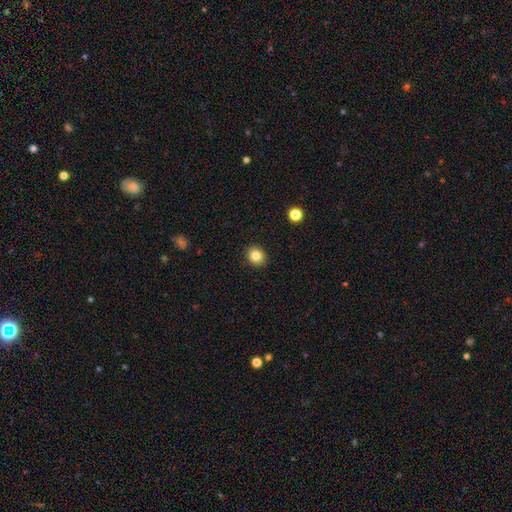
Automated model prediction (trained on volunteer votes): A smooth galaxy with no disk features (83%) that is round (74%). Merging: none (91%).